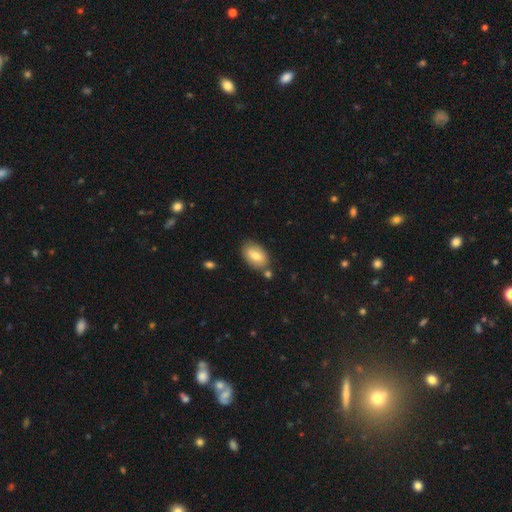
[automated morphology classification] A smooth galaxy with no disk features (74%) that is in between round and cigar-shaped (92%).

Vote fractions:
- Smooth or featured? smooth: 74% / featured or disk: 19% / star or artifact: 7%
- How rounded? in between: 92% / round: 6% / cigar-shaped: 2%
- Merging? none: 74% / minor disturbance: 14% / merger: 9% / major disturbance: 3%